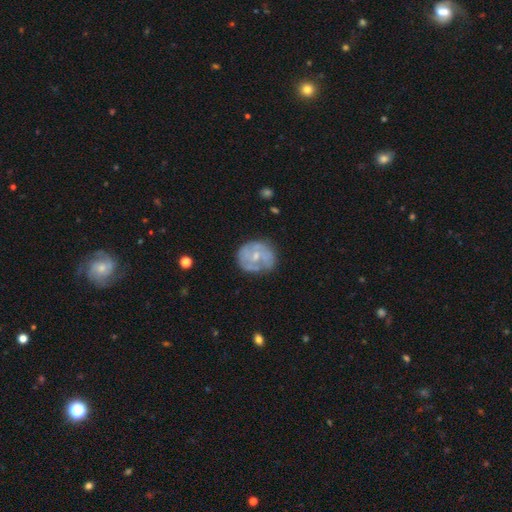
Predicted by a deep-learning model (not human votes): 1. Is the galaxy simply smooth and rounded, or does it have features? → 63% featured or disk, 30% smooth, 7% star or artifact.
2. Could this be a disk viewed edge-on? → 98% no, 2% yes.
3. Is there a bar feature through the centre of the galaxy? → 71% no, 25% weak, 4% strong.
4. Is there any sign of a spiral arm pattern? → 61% yes, 39% no.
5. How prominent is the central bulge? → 57% small, 36% moderate, 5% none, 1% large, 1% dominant.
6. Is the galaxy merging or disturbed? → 63% none, 23% minor disturbance, 10% major disturbance, 3% merger.